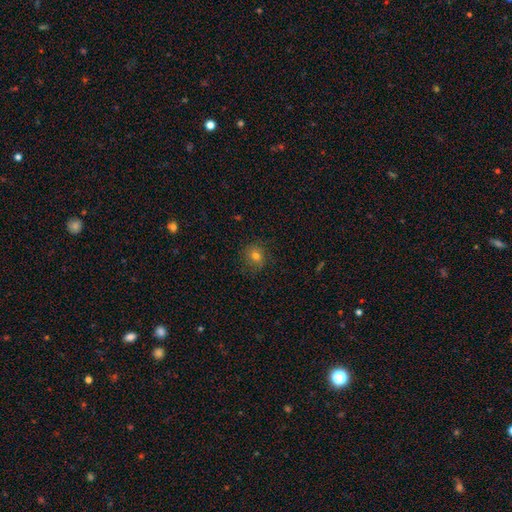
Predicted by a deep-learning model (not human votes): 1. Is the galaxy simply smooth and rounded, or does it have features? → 76% smooth, 14% star or artifact, 11% featured or disk.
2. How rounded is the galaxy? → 78% round, 21% in between, 1% cigar-shaped.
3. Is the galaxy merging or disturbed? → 81% none, 14% minor disturbance, 4% major disturbance, 1% merger.